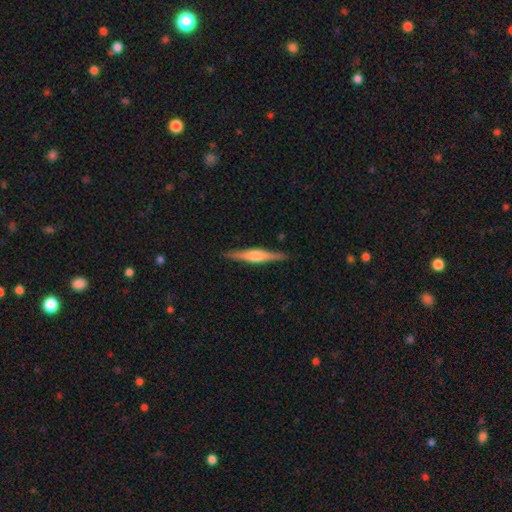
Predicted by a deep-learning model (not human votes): Smooth or featured?
  - featured or disk: 72% *
  - smooth: 23%
  - star or artifact: 5%
Edge-on disk?
  - yes: 98% *
  - no: 2%
Edge-on bulge?
  - rounded: 82% *
  - boxy: 13%
  - none: 5%
Merging?
  - none: 91% *
  - minor disturbance: 6%
  - major disturbance: 1%
  - merger: 1%